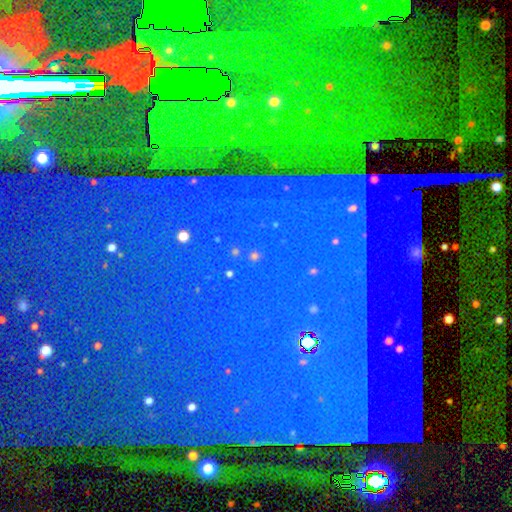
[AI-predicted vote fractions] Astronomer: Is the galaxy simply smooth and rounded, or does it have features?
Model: star or artifact — 87%.